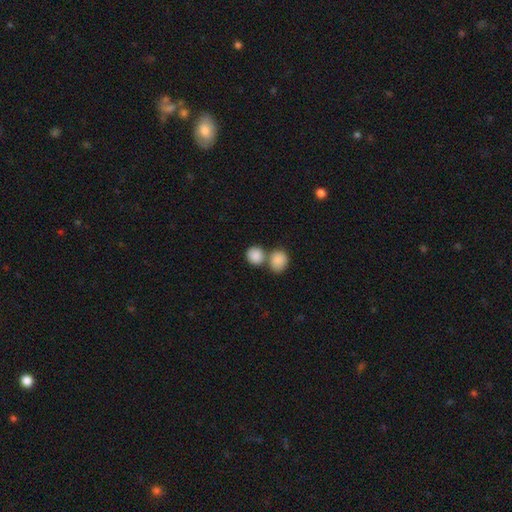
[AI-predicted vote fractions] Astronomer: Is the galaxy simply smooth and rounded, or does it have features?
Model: smooth — 87%.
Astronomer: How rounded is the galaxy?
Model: round — 78%.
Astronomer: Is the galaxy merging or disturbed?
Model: merger — 47% (runner-up: none, 43%).